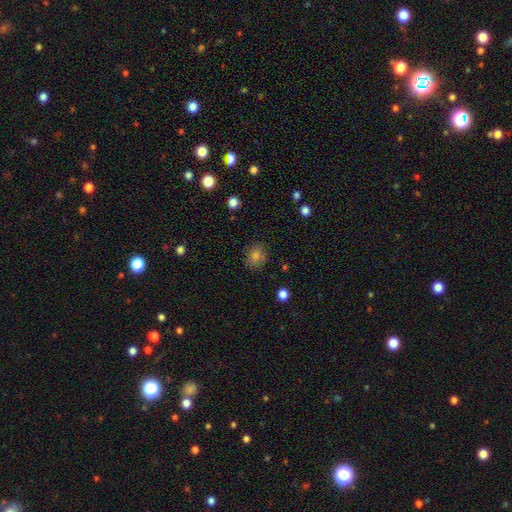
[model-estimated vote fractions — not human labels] The model was most divided on "how rounded": round: 66%, in between: 33%, cigar-shaped: 1%. More confident: merging — none (85%); smooth or featured — smooth (80%).